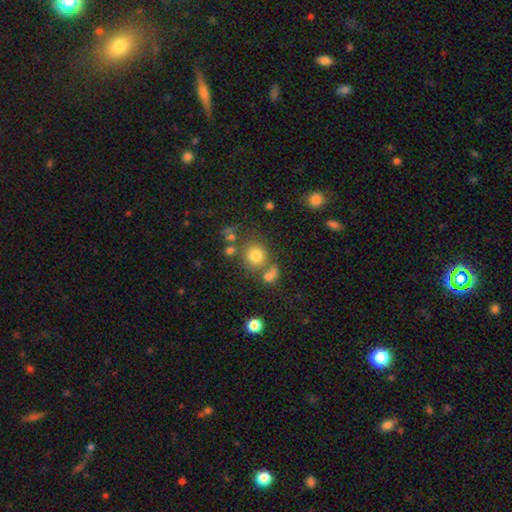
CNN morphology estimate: A smooth galaxy with no disk features (75%) that is round (86%). Merging: none (62%).